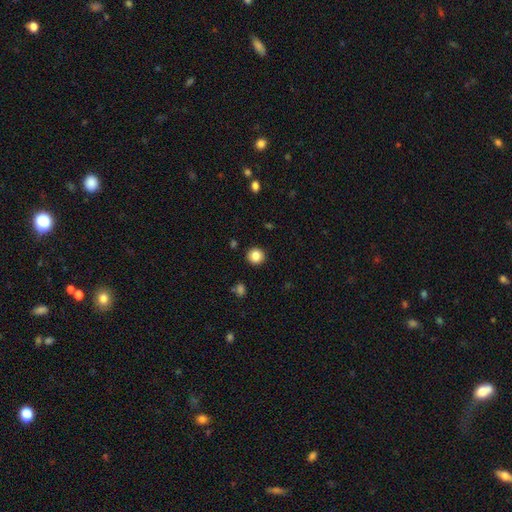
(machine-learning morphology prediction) Overall: smooth (84%). How rounded: round (89%). Merging: none (90%).